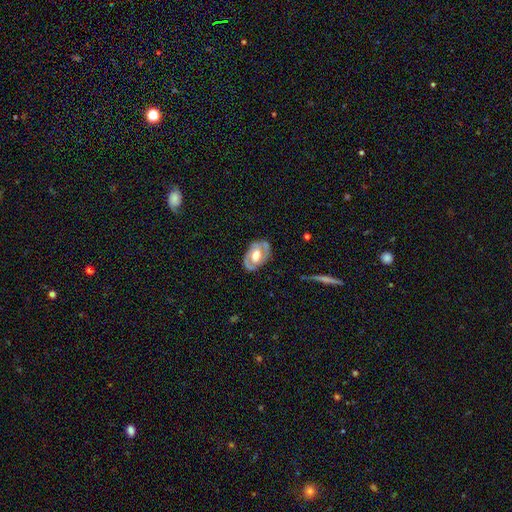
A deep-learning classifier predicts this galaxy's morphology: smooth_or_featured: featured or disk (p=0.72) [alt: smooth p=0.23]
disk_edge_on: no (p=0.94) [alt: yes p=0.06]
bar: no (p=0.52) [alt: weak p=0.35]
has_spiral_arms: yes (p=0.64) [alt: no p=0.36]
bulge_size: moderate (p=0.60) [alt: large p=0.30]
merging: none (p=0.77) [alt: minor disturbance p=0.17]